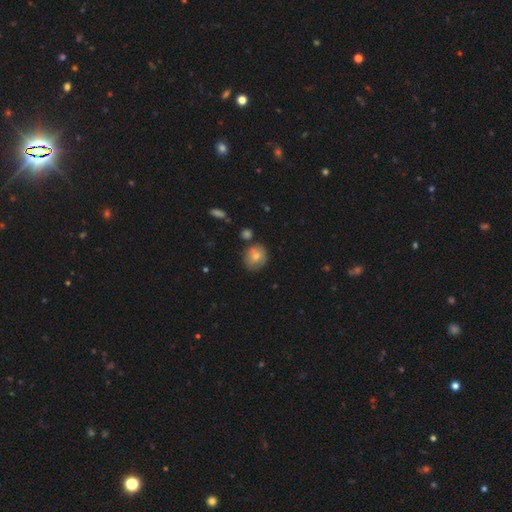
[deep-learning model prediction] Overall: smooth (73%). How rounded: round (83%). Merging: none (71%).